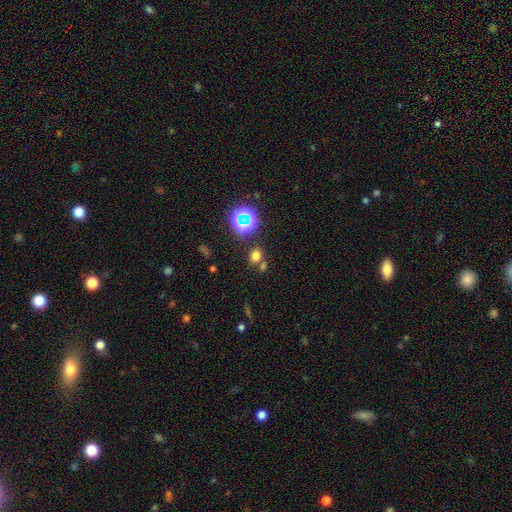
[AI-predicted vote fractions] smooth_or_featured: smooth (p=0.69) [alt: star or artifact p=0.24]
how_rounded: round (p=0.57) [alt: in between p=0.42]
merging: none (p=0.68) [alt: merger p=0.18]